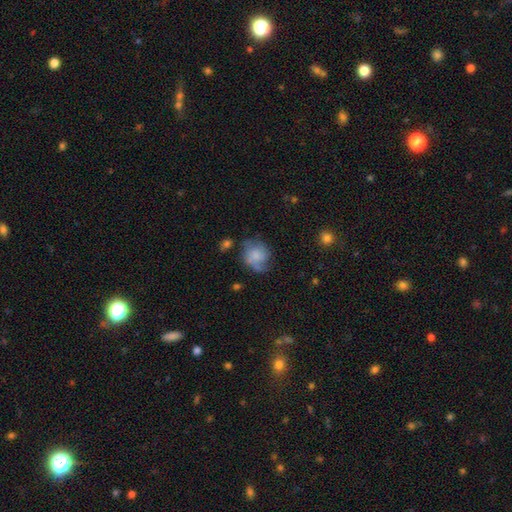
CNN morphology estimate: A smooth galaxy with no disk features (53%) that is round (67%). Merging: none (48%).